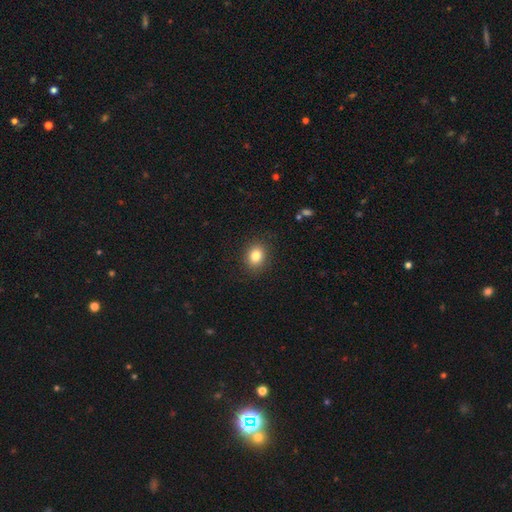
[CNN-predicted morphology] This appears to be a smooth galaxy with no disk features (83%) that is round (56%). Merging: none (89%).